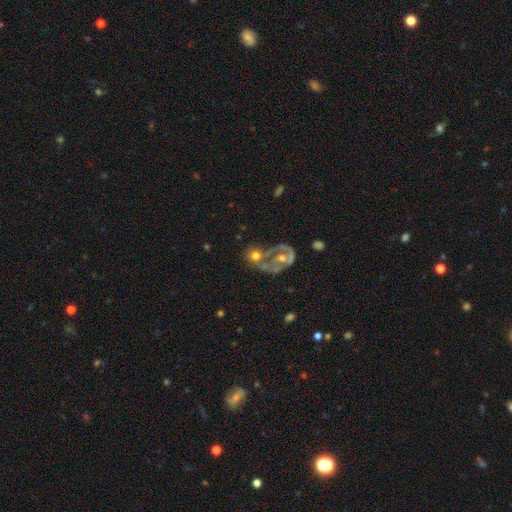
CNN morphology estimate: Q: Smooth or featured?
A: featured or disk (46%); runner-up: smooth (45%)
Q: Merging?
A: merger (53%); runner-up: none (21%)